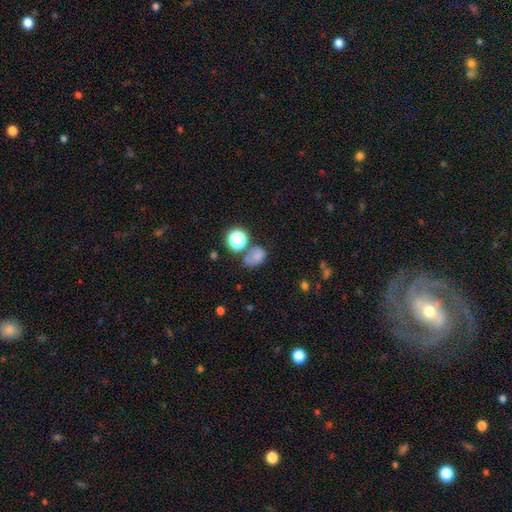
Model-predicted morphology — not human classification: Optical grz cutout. It shows a smooth galaxy with no disk features (70%) that is in between round and cigar-shaped (58%). Merging: none (44%).